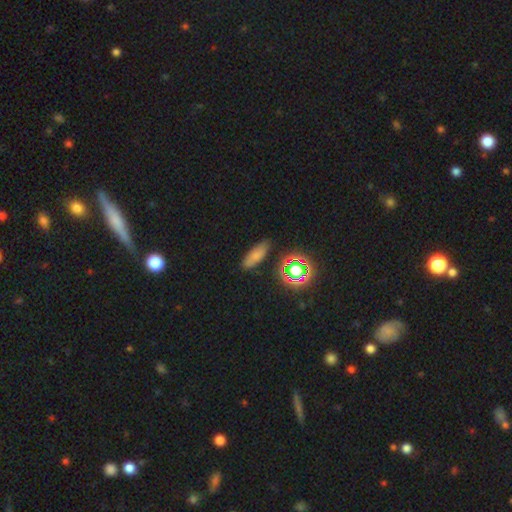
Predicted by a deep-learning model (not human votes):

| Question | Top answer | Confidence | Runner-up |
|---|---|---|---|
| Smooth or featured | smooth | 67% | star or artifact (21%) |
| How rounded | in between | 67% | cigar-shaped (27%) |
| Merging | none | 80% | minor disturbance (13%) |